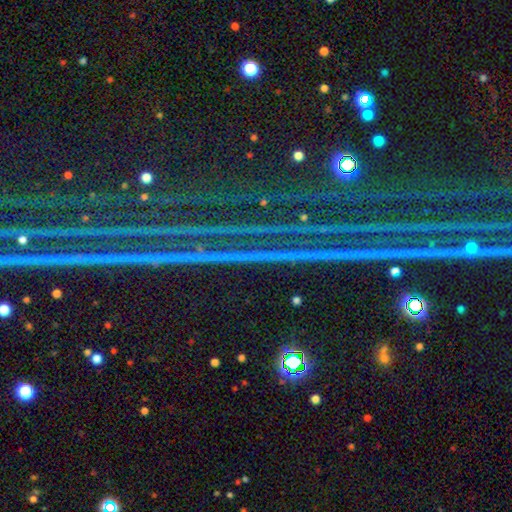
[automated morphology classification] A star or artifact, not a galaxy (87%).